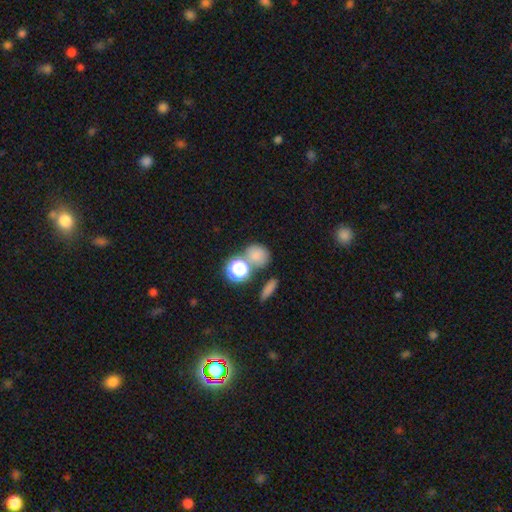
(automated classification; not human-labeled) A smooth galaxy with no disk features (75%) that is round (68%).

Vote fractions:
- Smooth or featured? smooth: 75% / star or artifact: 18% / featured or disk: 8%
- How rounded? round: 68% / in between: 30% / cigar-shaped: 2%
- Merging? none: 59% / merger: 25% / minor disturbance: 11% / major disturbance: 5%